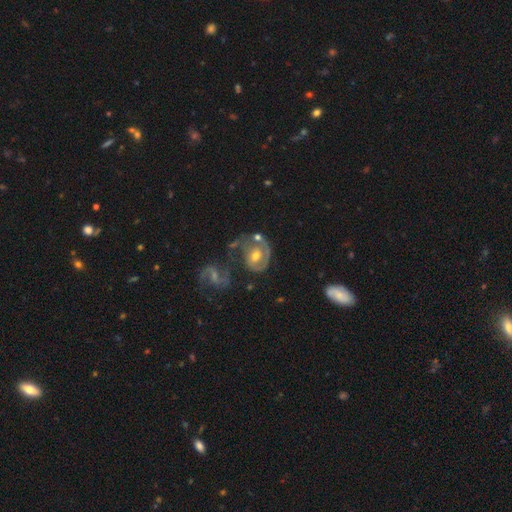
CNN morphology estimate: featured or disk 72%, smooth 21%, star or artifact 7%. Down the decision tree: edge-on disk — no (97%); bar — no (59%); spiral arms — yes (74%); spiral arm count — 2 (42%); spiral winding — tight (45%); bulge size — moderate (66%); merging — none (37%).